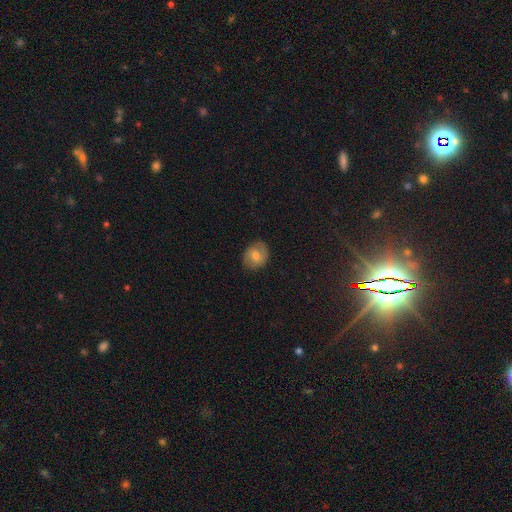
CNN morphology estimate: A smooth galaxy with no disk features (53%) that is round (65%).

Vote fractions:
- Smooth or featured? smooth: 53% / featured or disk: 38% / star or artifact: 9%
- How rounded? round: 65% / in between: 34% / cigar-shaped: 1%
- Merging? none: 82% / minor disturbance: 14% / major disturbance: 3% / merger: 1%